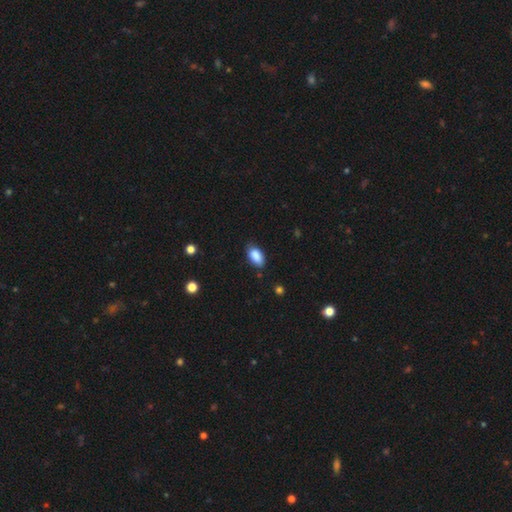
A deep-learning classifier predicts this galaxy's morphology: smooth-or-featured: smooth: 88% | star or artifact: 7% | featured or disk: 5%
  how-rounded: in between: 93% | round: 4% | cigar-shaped: 3%
  merging: none: 79% | minor disturbance: 17% | major disturbance: 3% | merger: 1%